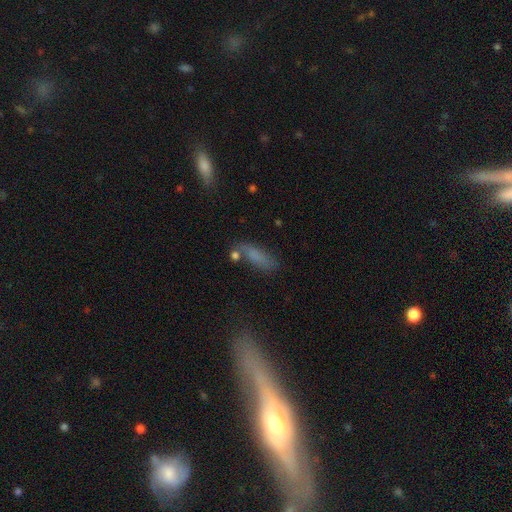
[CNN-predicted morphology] Q: Smooth or featured?
A: smooth (72%); runner-up: featured or disk (17%)
Q: How rounded?
A: cigar-shaped (49%); runner-up: in between (47%)
Q: Merging?
A: none (61%); runner-up: minor disturbance (19%)